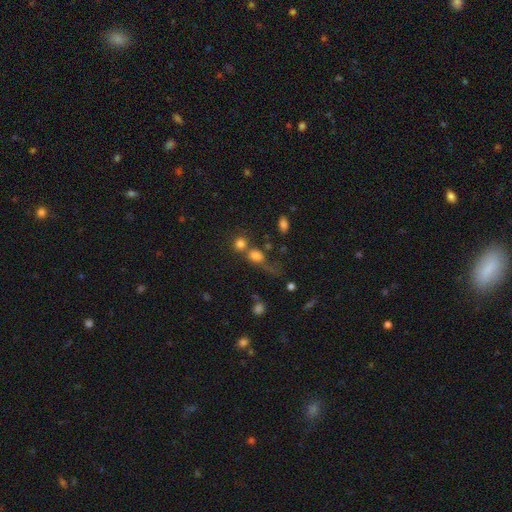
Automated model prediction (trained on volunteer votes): This is likely a smooth galaxy (76%). How rounded: possibly round (59%). Merging: marginally merger (40%).